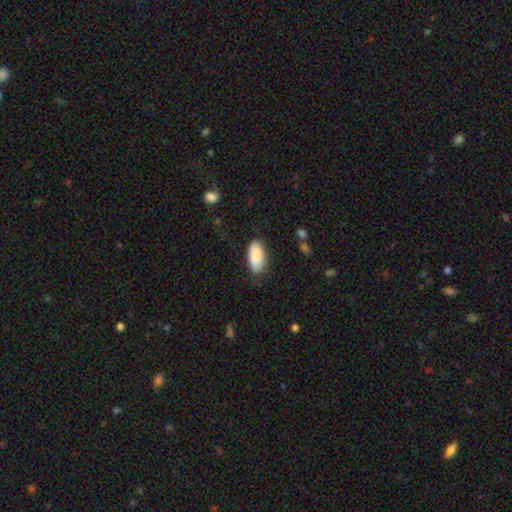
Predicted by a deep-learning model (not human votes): This is clearly a smooth galaxy (88%). How rounded: clearly in between (88%). Merging: likely none (75%).